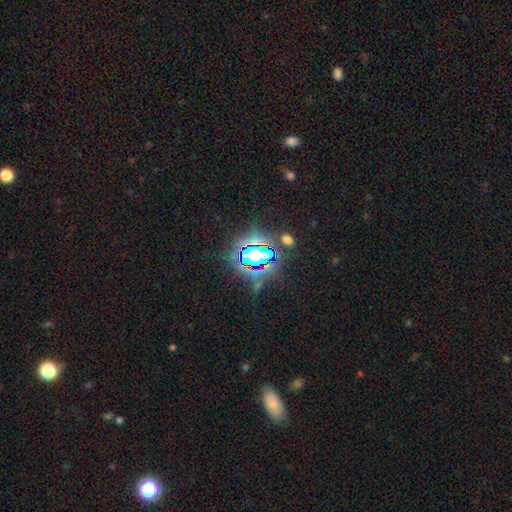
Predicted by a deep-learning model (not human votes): Morphology: type=star or artifact (70%).